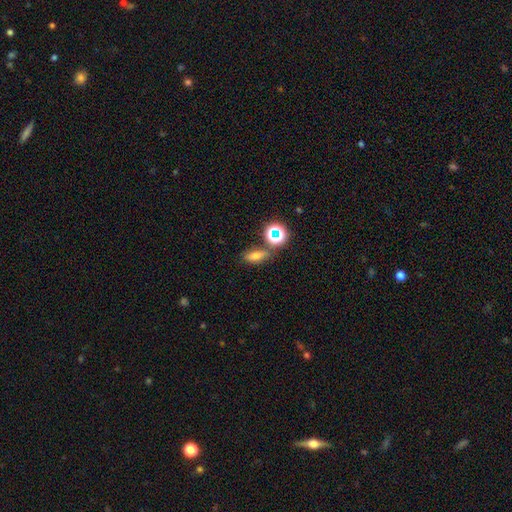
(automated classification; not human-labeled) A smooth galaxy with no disk features (61%) that is in between round and cigar-shaped (64%).

Vote fractions:
- Smooth or featured? smooth: 61% / star or artifact: 23% / featured or disk: 15%
- How rounded? in between: 64% / cigar-shaped: 20% / round: 16%
- Merging? none: 69% / minor disturbance: 14% / merger: 12% / major disturbance: 5%